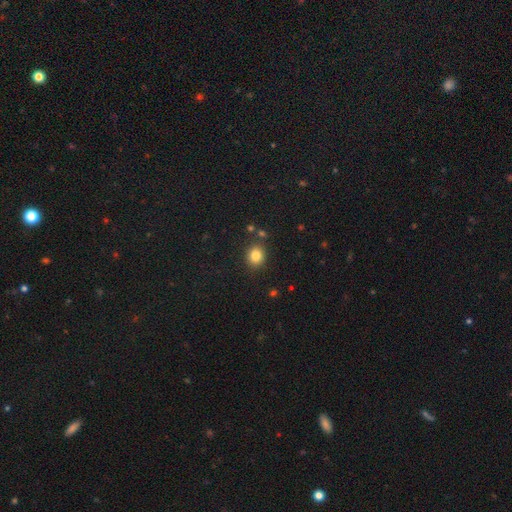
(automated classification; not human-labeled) A smooth galaxy with no disk features (83%) that is round (70%).

Vote fractions:
- Smooth or featured? smooth: 83% / star or artifact: 11% / featured or disk: 6%
- How rounded? round: 70% / in between: 29% / cigar-shaped: 1%
- Merging? none: 85% / minor disturbance: 8% / merger: 4% / major disturbance: 3%